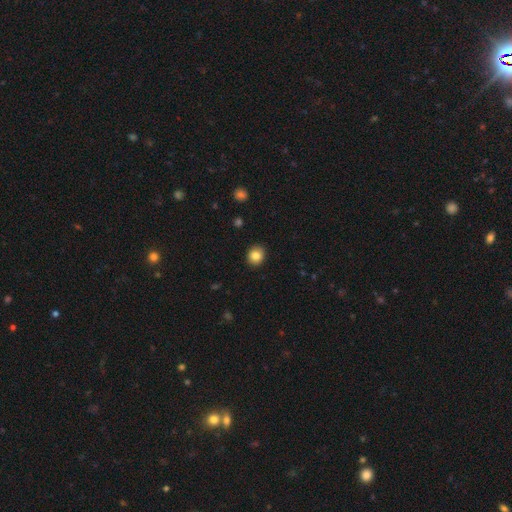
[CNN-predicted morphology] This is clearly a smooth galaxy (84%). How rounded: likely round (76%). Merging: clearly none (91%).